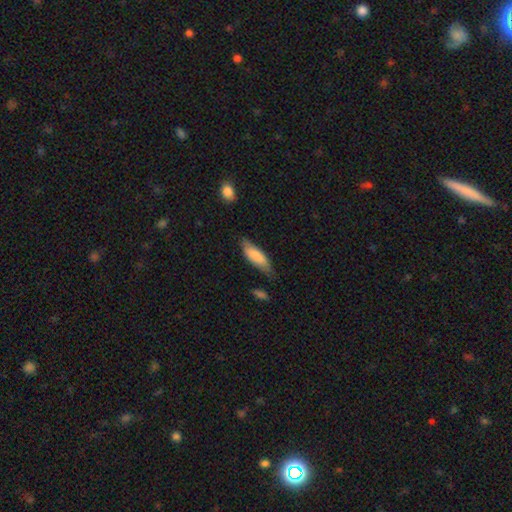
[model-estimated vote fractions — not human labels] smooth_or_featured: smooth (p=0.77) [alt: featured or disk p=0.18]
how_rounded: in between (p=0.58) [alt: cigar-shaped p=0.40]
merging: none (p=0.62) [alt: minor disturbance p=0.28]